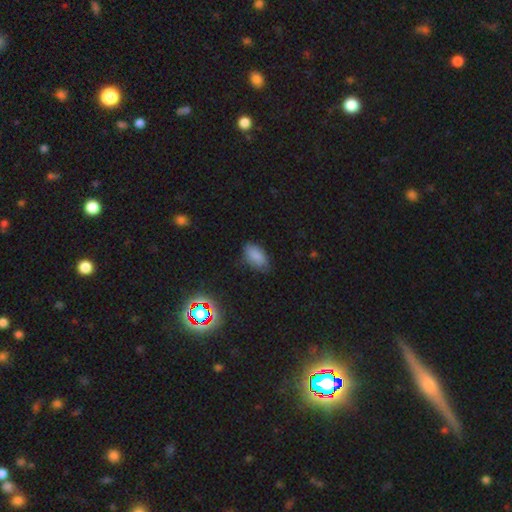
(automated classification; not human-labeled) Overall: smooth (83%). How rounded: in between (93%). Merging: none (75%).